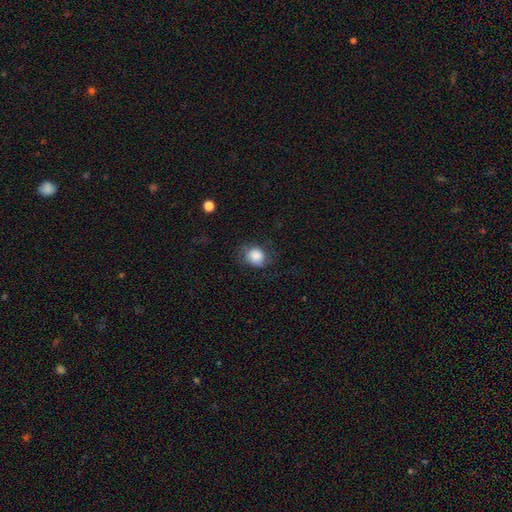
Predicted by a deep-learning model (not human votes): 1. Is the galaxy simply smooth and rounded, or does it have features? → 77% smooth, 15% featured or disk, 8% star or artifact.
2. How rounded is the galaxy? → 72% round, 27% in between, 1% cigar-shaped.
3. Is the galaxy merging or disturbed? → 66% none, 20% minor disturbance, 12% major disturbance, 1% merger.